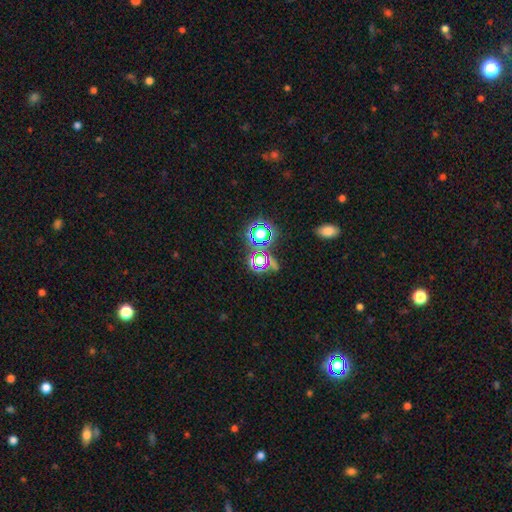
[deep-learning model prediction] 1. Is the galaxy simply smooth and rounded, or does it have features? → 66% star or artifact, 24% smooth, 10% featured or disk.